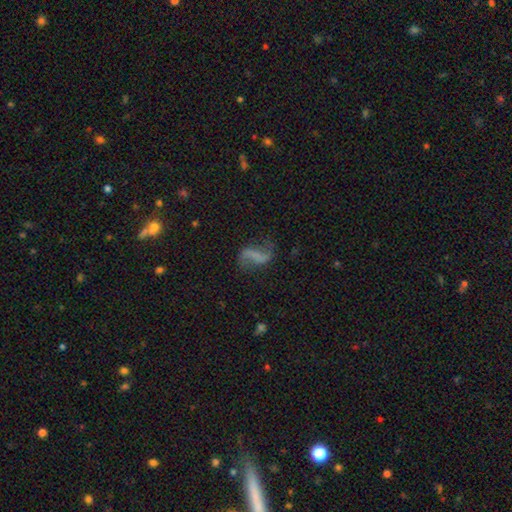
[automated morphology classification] type=featured or disk (70%); edge-on=no (96%); bar=strong (50%); spiral arms=yes (86%); winding=loose (84%); arm count=2 (89%); bulge=none (75%); merging=none (68%).